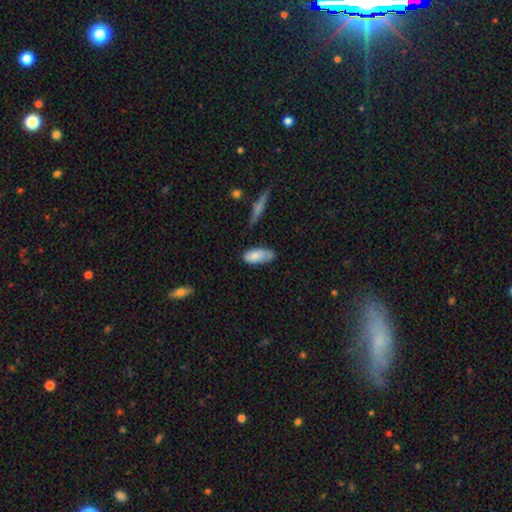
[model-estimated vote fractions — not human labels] smooth_or_featured: smooth (p=0.81) [alt: featured or disk p=0.13]
how_rounded: in between (p=0.87) [alt: cigar-shaped p=0.11]
merging: none (p=0.50) [alt: minor disturbance p=0.35]